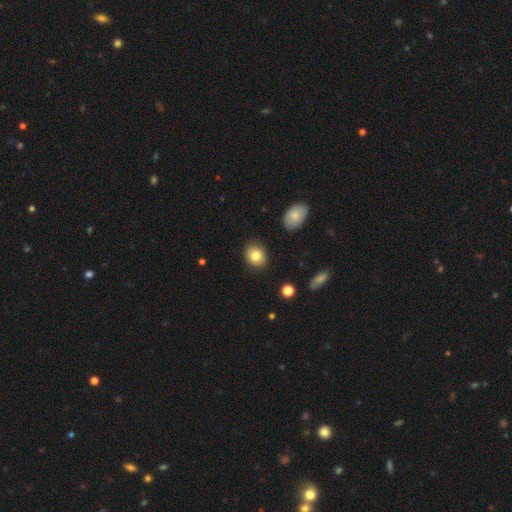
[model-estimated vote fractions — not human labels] Smooth or featured?
  - smooth: 82% *
  - featured or disk: 9%
  - star or artifact: 9%
How rounded?
  - round: 62% *
  - in between: 37%
  - cigar-shaped: 1%
Merging?
  - none: 87% *
  - minor disturbance: 9%
  - major disturbance: 2%
  - merger: 2%